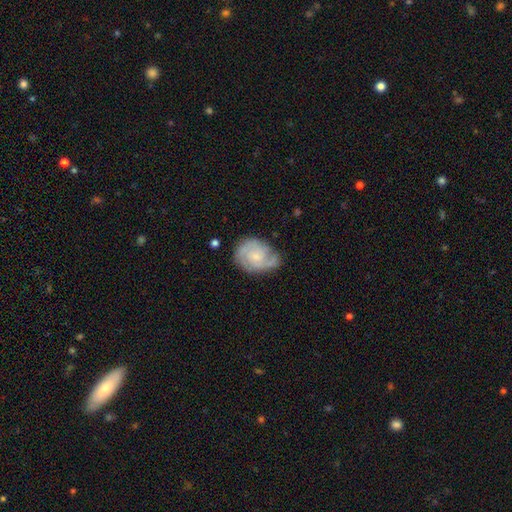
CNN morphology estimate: The model was most divided on "spiral winding": tight: 50%, medium: 40%, loose: 11%. Remaining: edge-on disk — no (98%); spiral arms — yes (95%); smooth or featured — featured or disk (79%); bar — no (68%); merging — none (65%); bulge size — small (64%); spiral arm count — 2 (44%).